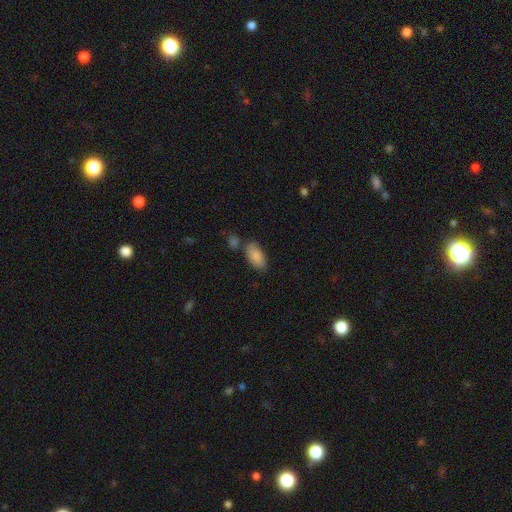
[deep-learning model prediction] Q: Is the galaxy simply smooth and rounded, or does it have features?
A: smooth — 87%.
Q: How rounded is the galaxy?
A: in between — 92%.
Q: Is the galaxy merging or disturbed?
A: none — 70%.